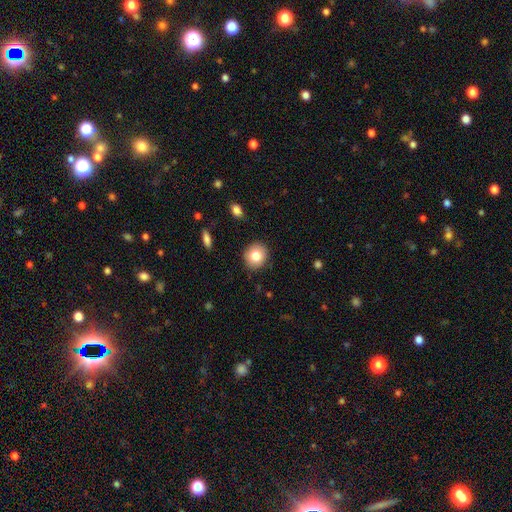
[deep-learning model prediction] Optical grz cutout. It shows a smooth galaxy with no disk features (80%) that is round (79%). Merging: none (90%).